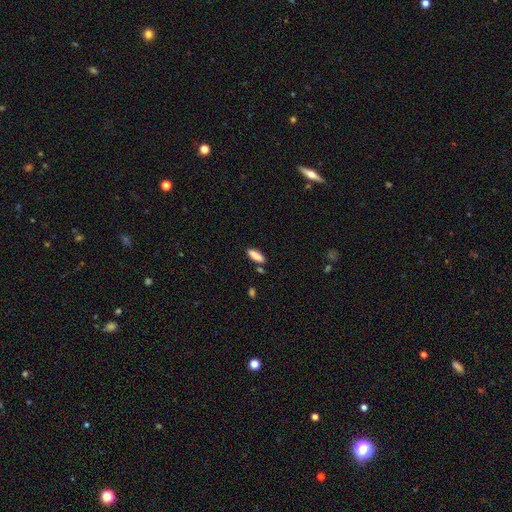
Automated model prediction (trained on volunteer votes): smooth 86%, featured or disk 7%, star or artifact 7%. Down the decision tree: how rounded — in between (50%); merging — none (81%).